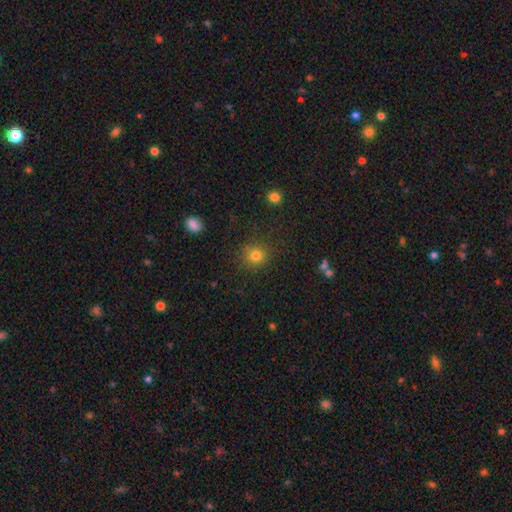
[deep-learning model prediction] Smooth or featured? Predicted: smooth (p=0.80). How rounded? Predicted: round (p=0.89). Merging? Predicted: none (p=0.87).